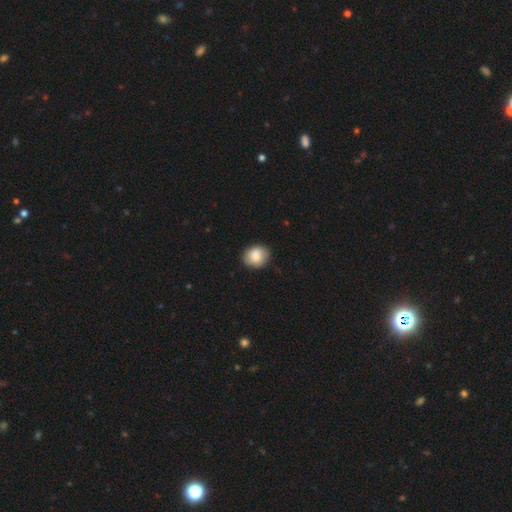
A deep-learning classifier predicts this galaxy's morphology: Overall: smooth (85%). How rounded: round (59%; in between 40%). Merging: none (85%).